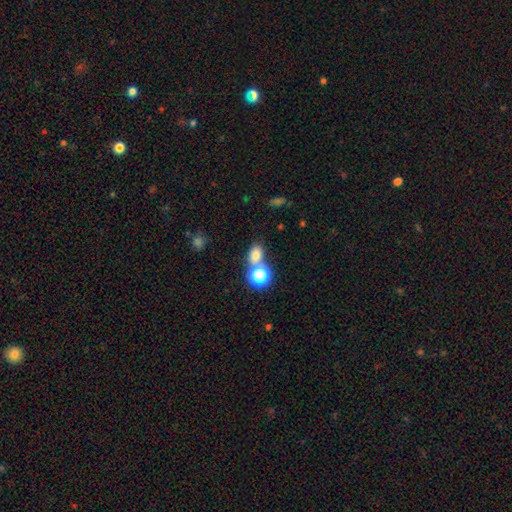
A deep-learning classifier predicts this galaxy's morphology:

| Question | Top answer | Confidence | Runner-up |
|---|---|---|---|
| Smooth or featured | smooth | 72% | star or artifact (20%) |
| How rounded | in between | 59% | round (40%) |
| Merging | none | 56% | merger (30%) |